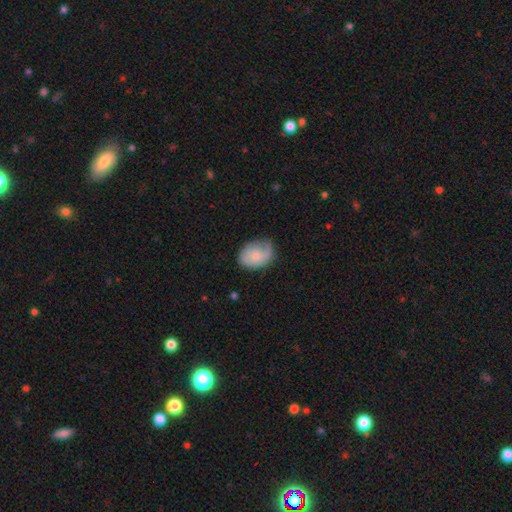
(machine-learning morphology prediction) Smooth or featured: smooth — 58% (featured or disk — 35%)
How rounded: in between — 71% (round — 28%)
Merging: none — 59% (minor disturbance — 28%)